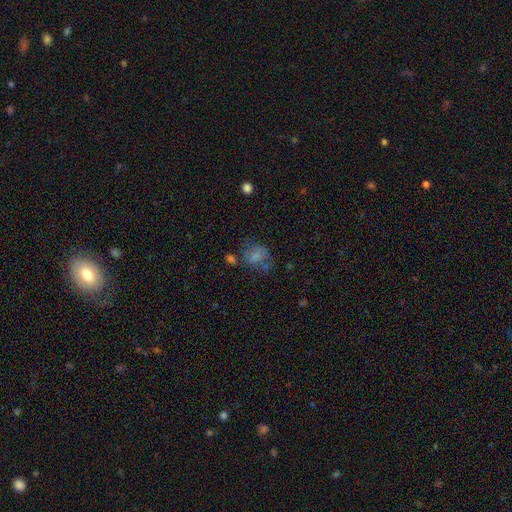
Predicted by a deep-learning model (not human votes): A smooth galaxy with no disk features (66%) that is in between round and cigar-shaped (54%). Merging: none (43%).